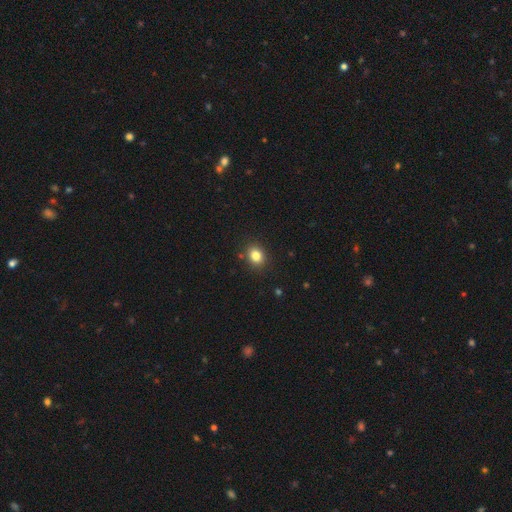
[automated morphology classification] A smooth galaxy with no disk features (83%) that is round (56%).

Vote fractions:
- Smooth or featured? smooth: 83% / star or artifact: 11% / featured or disk: 6%
- How rounded? round: 56% / in between: 43% / cigar-shaped: 1%
- Merging? none: 87% / minor disturbance: 9% / major disturbance: 2% / merger: 2%